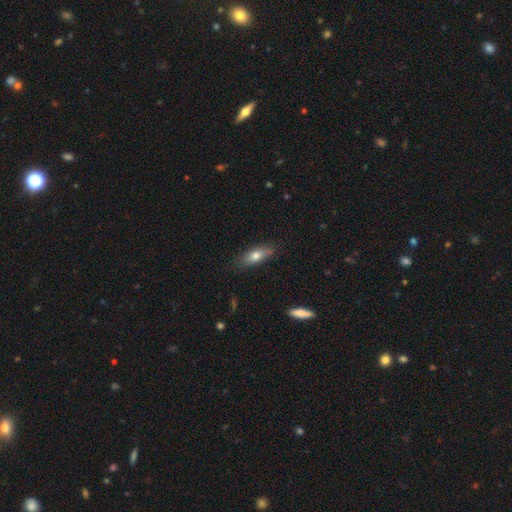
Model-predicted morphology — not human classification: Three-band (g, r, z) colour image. It shows a smooth galaxy with no disk features (71%) that is in between round and cigar-shaped (63%). Merging: none (77%).